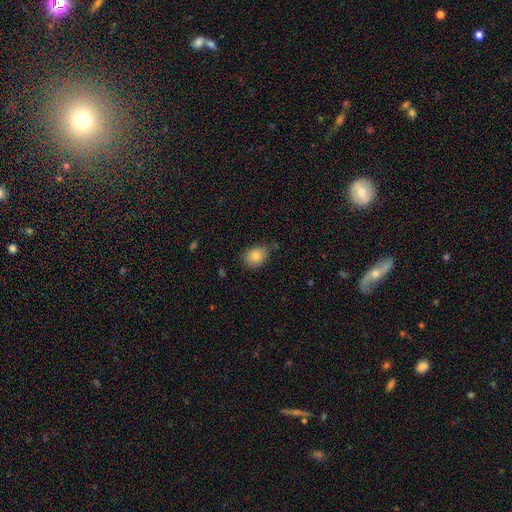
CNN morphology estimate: Q: Smooth or featured?
A: smooth (83%); runner-up: star or artifact (9%)
Q: How rounded?
A: in between (61%); runner-up: round (38%)
Q: Merging?
A: none (68%); runner-up: minor disturbance (26%)